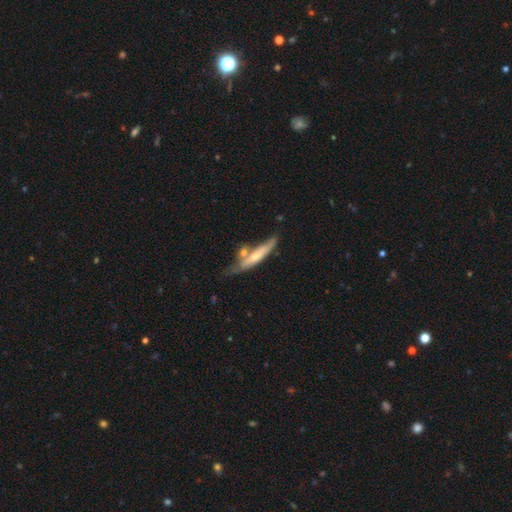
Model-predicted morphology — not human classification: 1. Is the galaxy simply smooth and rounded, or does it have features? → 49% featured or disk, 46% smooth, 6% star or artifact.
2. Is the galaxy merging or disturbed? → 48% none, 24% merger, 22% minor disturbance, 7% major disturbance.